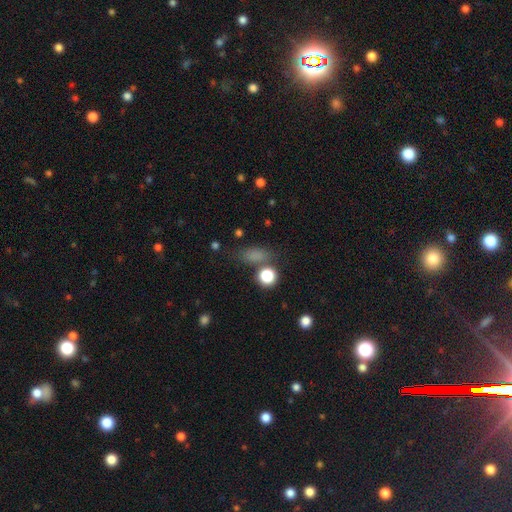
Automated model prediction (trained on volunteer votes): Smooth or featured? Predicted: smooth (p=0.75). How rounded? Predicted: in between (p=0.68). Merging? Predicted: none (p=0.70).